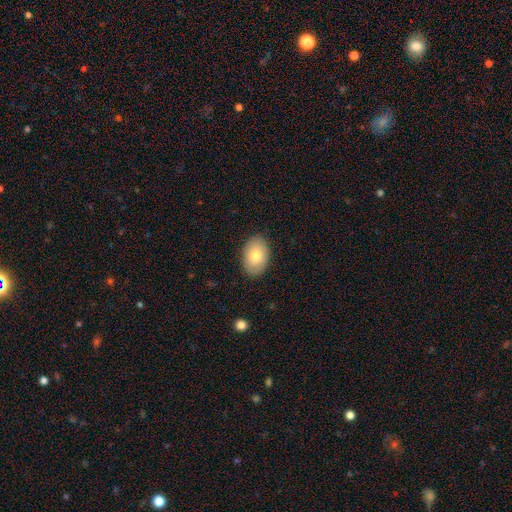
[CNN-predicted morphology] Smooth or featured: smooth — 80% (featured or disk — 13%)
How rounded: in between — 87% (round — 12%)
Merging: none — 88% (minor disturbance — 9%)